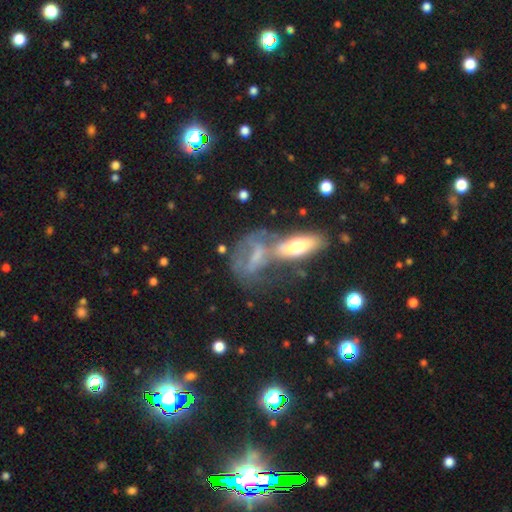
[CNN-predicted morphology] featured or disk 51%, smooth 35%, star or artifact 14%. Down the decision tree: edge-on disk — no (77%); merging — merger (40%).